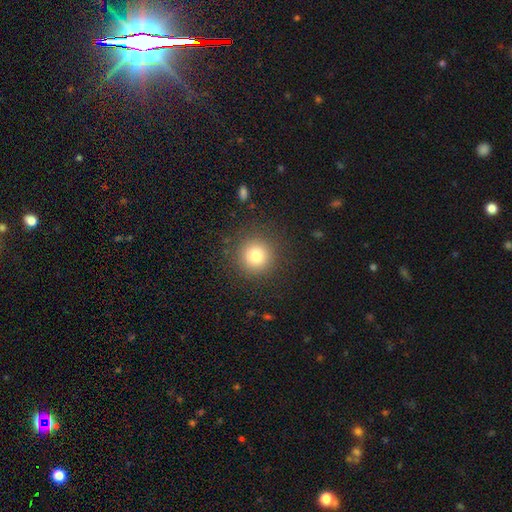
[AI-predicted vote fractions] The model was most divided on "smooth or featured": smooth: 79%, star or artifact: 12%, featured or disk: 9%. More confident: how rounded — round (95%); merging — none (89%).